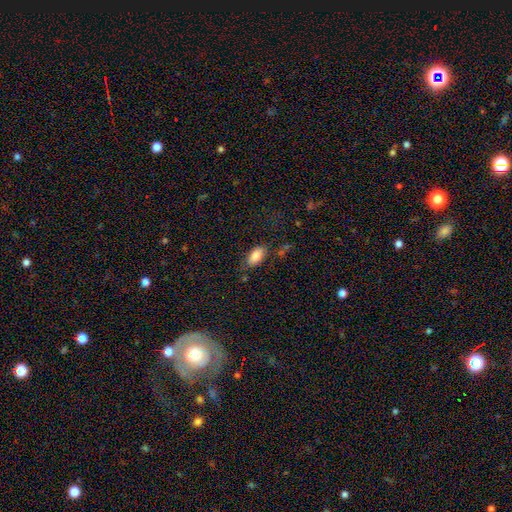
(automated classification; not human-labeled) Overall: smooth (84%). How rounded: in between (92%). Merging: none (72%).